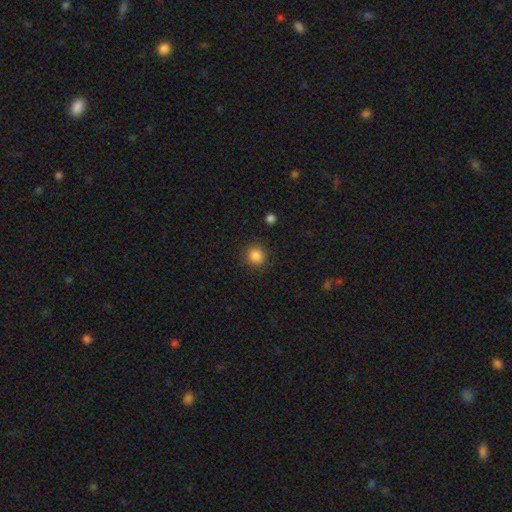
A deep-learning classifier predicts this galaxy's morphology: Smooth or featured? Predicted: smooth (p=0.86). How rounded? Predicted: round (p=0.90). Merging? Predicted: none (p=0.89).